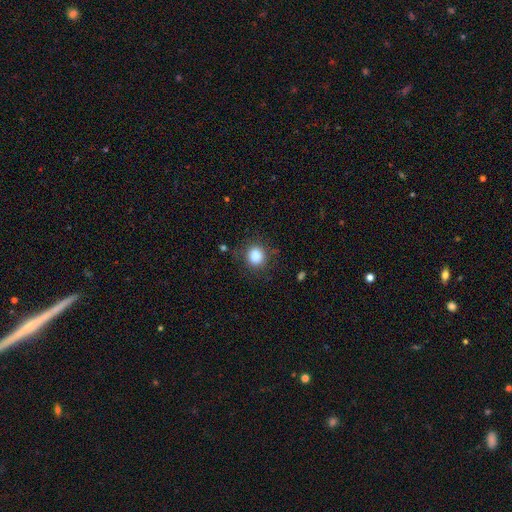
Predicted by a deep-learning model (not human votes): This appears to be a smooth galaxy with no disk features (85%) that is round (83%). Merging: none (81%).